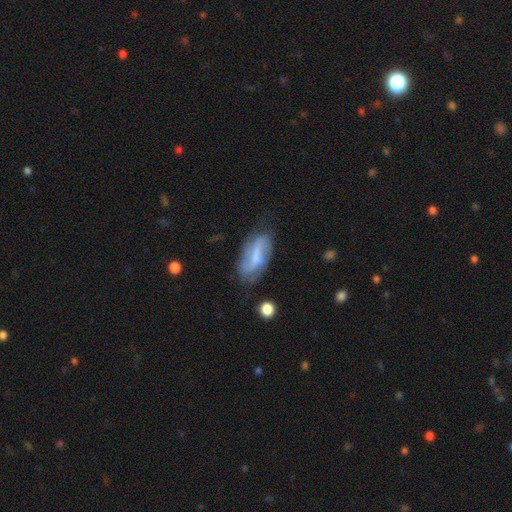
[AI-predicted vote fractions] This is possibly a featured or disk galaxy (54%). It is clearly not viewed edge-on (91%). Merging: likely none (62%).